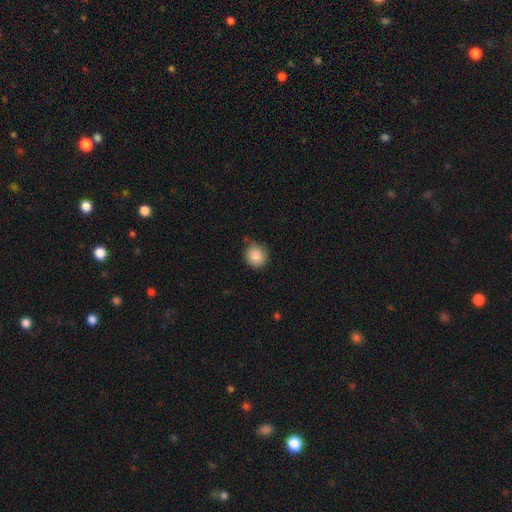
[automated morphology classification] A smooth galaxy with no disk features (88%) that is round (88%). Merging: none (81%).